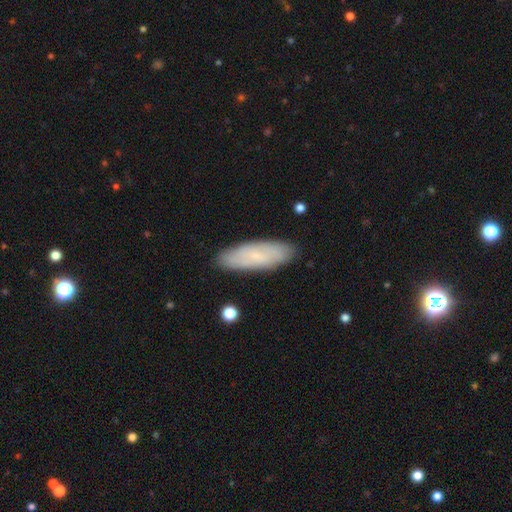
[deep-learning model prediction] Smooth or featured: smooth — 66% (featured or disk — 27%)
How rounded: in between — 52% (cigar-shaped — 46%)
Merging: none — 87% (minor disturbance — 10%)